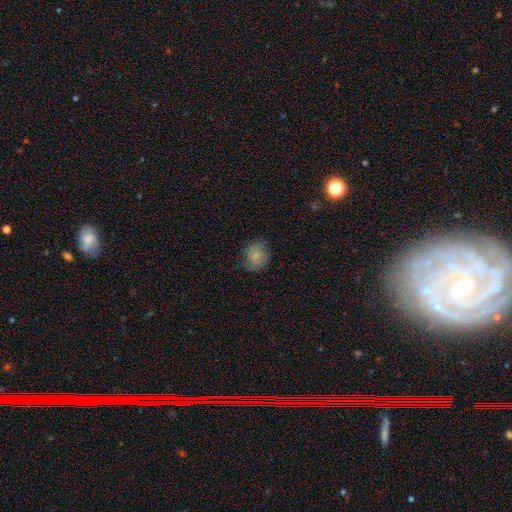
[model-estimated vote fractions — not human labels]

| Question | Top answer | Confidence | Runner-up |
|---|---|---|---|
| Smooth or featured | smooth | 77% | featured or disk (13%) |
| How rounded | round | 69% | in between (30%) |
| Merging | none | 63% | minor disturbance (28%) |